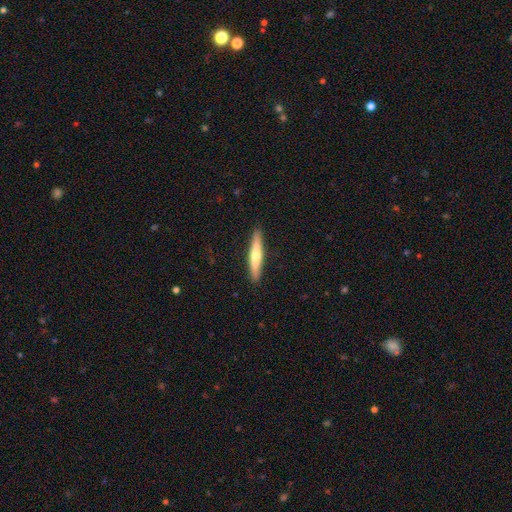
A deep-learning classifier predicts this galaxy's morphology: This is possibly a smooth galaxy (48%). Merging: clearly none (91%).